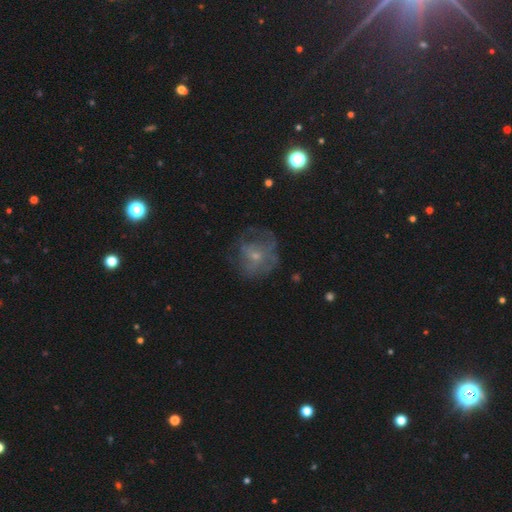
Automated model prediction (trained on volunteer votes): This is possibly a featured or disk galaxy (52%). It is clearly not viewed edge-on (97%). Bar: likely no (79%). Spiral arm pattern: possibly no (56%). Central bulge: likely small (68%). Merging: possibly none (50%).